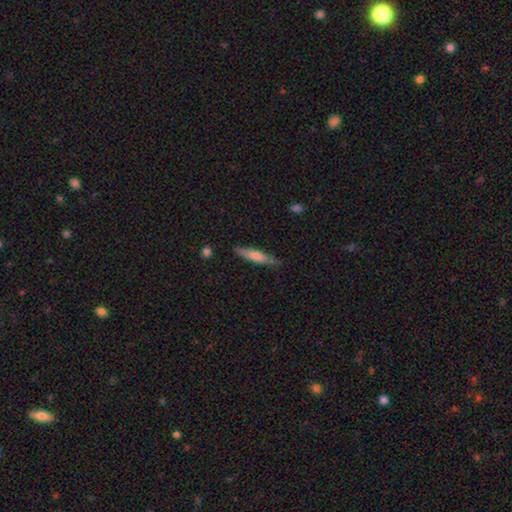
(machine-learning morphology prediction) Smooth or featured?
  - smooth: 59% *
  - featured or disk: 35%
  - star or artifact: 6%
How rounded?
  - cigar-shaped: 88% *
  - in between: 11%
  - round: 2%
Merging?
  - none: 86% *
  - minor disturbance: 11%
  - major disturbance: 2%
  - merger: 1%